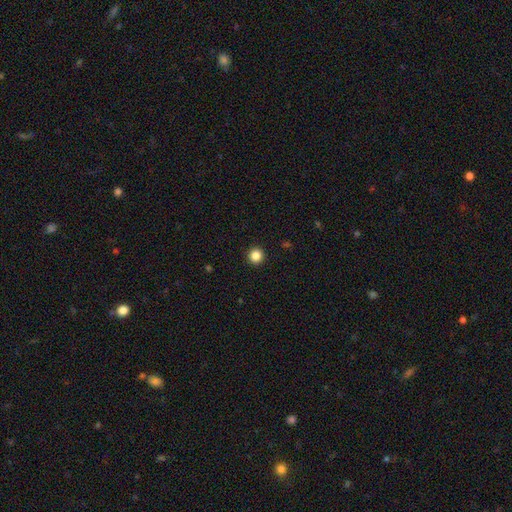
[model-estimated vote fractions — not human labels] A smooth galaxy with no disk features (85%) that is round (96%). Merging: none (94%).